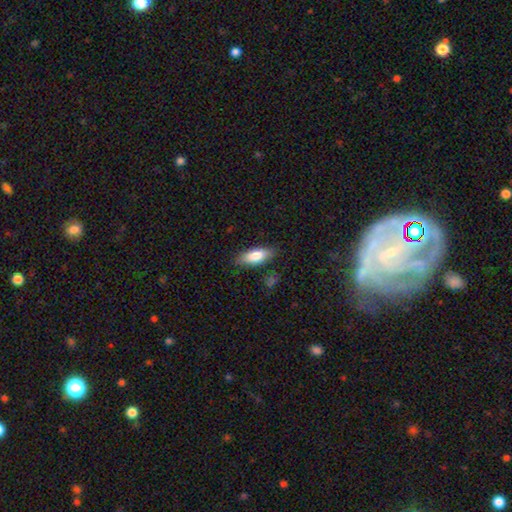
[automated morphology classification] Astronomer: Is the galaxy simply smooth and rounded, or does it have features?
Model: smooth — 81%.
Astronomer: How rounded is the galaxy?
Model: in between — 71%.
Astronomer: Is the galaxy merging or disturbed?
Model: none — 82%.